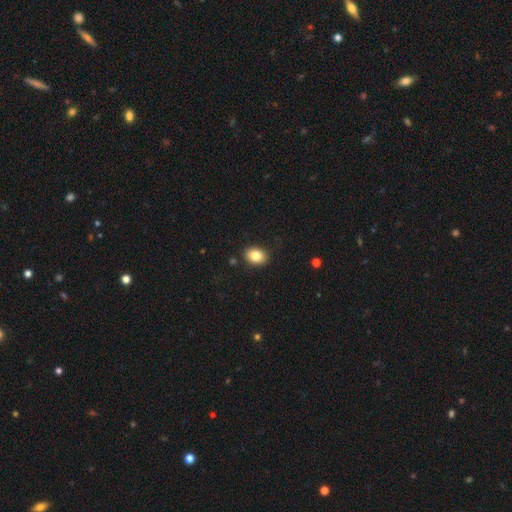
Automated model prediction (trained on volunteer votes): smooth_or_featured: smooth (p=0.82) [alt: featured or disk p=0.09]
how_rounded: in between (p=0.67) [alt: round p=0.32]
merging: none (p=0.87) [alt: minor disturbance p=0.09]